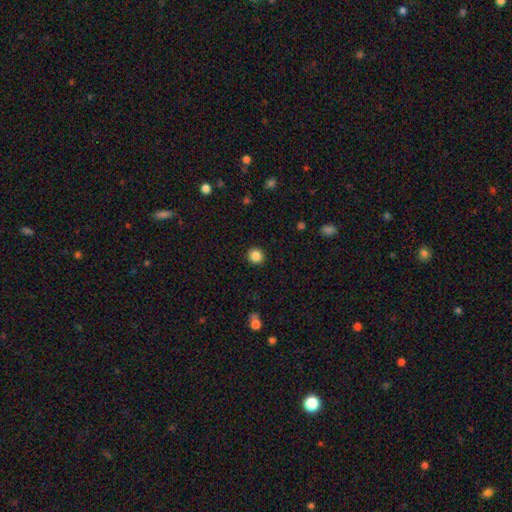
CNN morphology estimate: Overall: smooth (86%). How rounded: round (88%). Merging: none (92%).